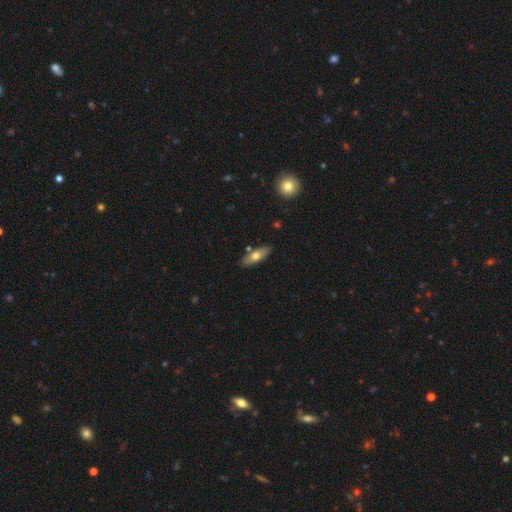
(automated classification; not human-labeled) The model was most divided on "smooth or featured": smooth: 64%, featured or disk: 30%, star or artifact: 6%. More confident: merging — none (83%); how rounded — in between (66%).